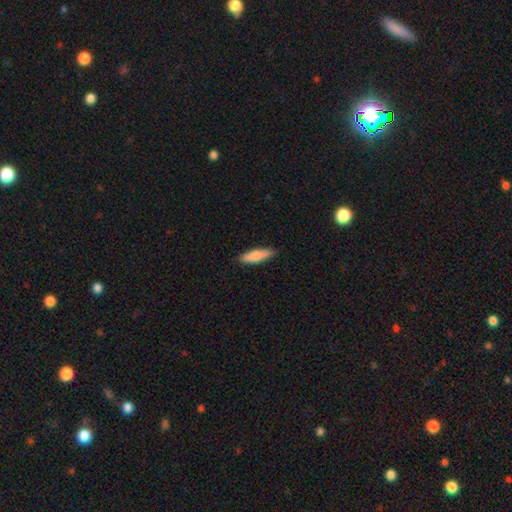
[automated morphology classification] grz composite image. It shows a smooth galaxy with no disk features (80%) that is cigar-shaped (59%). Merging: none (86%).